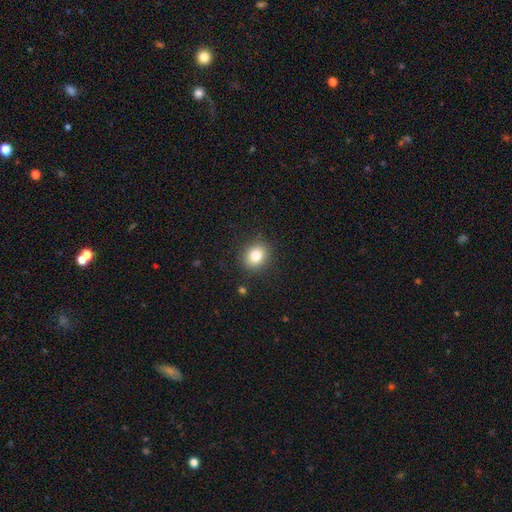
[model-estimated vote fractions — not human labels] Smooth or featured? Predicted: smooth (p=0.82). How rounded? Predicted: round (p=0.70). Merging? Predicted: none (p=0.88).